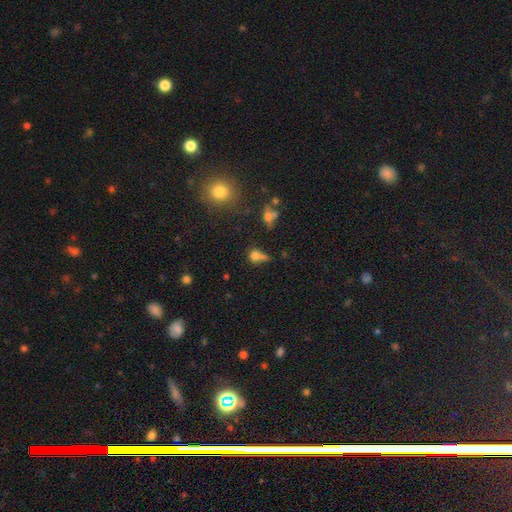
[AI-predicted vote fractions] The model was most divided on "merging": none: 41%, merger: 32%, minor disturbance: 16%, major disturbance: 11%. More confident: smooth or featured — smooth (70%); how rounded — round (65%).